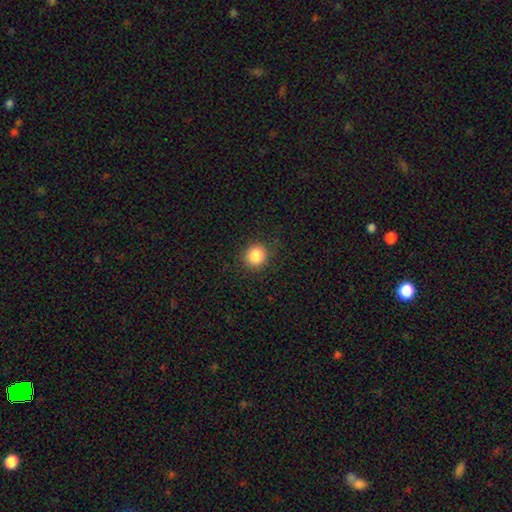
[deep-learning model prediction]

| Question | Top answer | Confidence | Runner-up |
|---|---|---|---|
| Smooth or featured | smooth | 86% | star or artifact (10%) |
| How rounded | round | 89% | in between (10%) |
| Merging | none | 87% | minor disturbance (9%) |